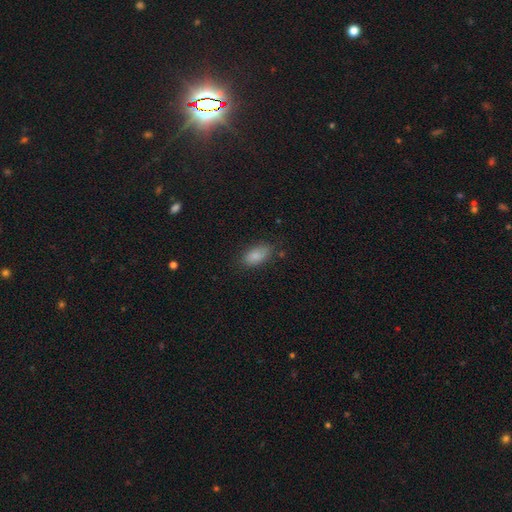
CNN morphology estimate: This appears to be a smooth galaxy with no disk features (86%) that is in between round and cigar-shaped (90%). Merging: none (77%).